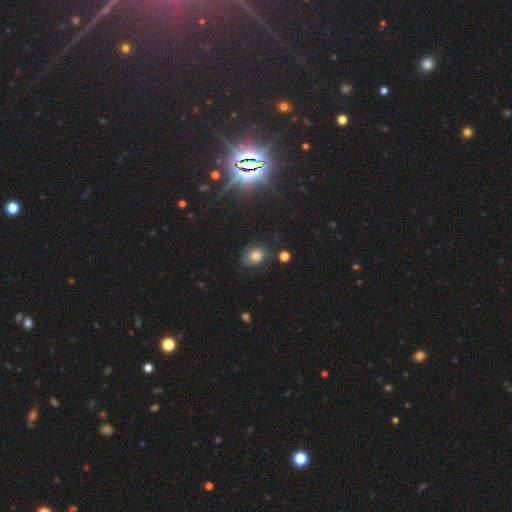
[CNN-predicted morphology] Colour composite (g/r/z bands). It shows a smooth galaxy with no disk features (69%) that is in between round and cigar-shaped (57%). Merging: none (61%).